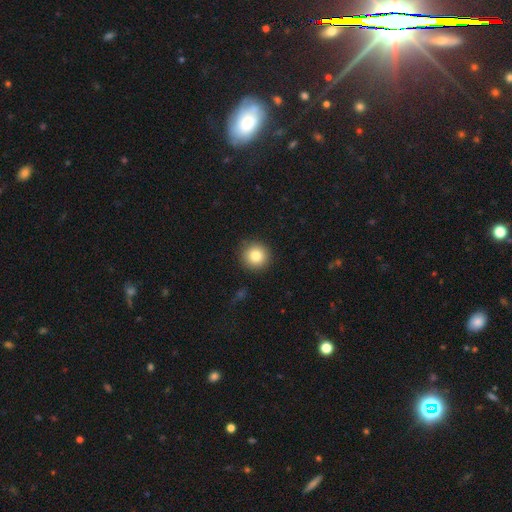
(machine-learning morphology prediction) Smooth or featured? smooth (83%)
How rounded? round (94%)
Merging? none (90%)